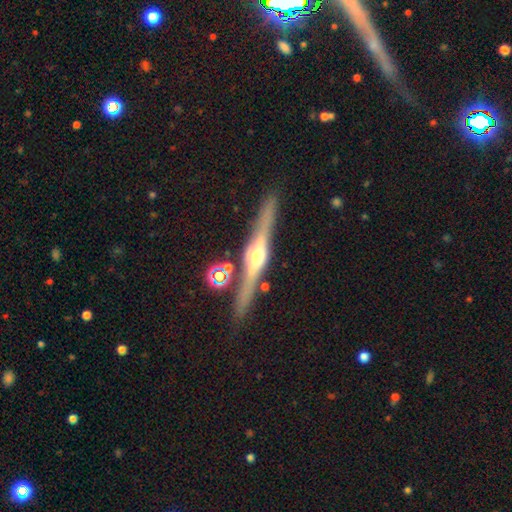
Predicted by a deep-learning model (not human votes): smooth_or_featured: featured or disk (p=0.81) [alt: smooth p=0.13]
disk_edge_on: yes (p=0.98) [alt: no p=0.02]
edge_on_bulge: rounded (p=0.93) [alt: boxy p=0.05]
merging: none (p=0.87) [alt: minor disturbance p=0.08]